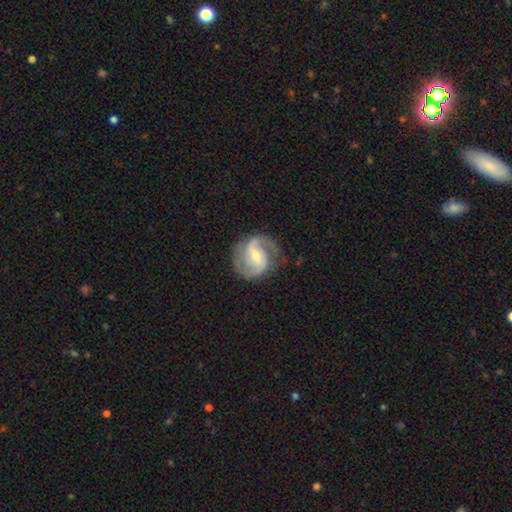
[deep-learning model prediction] Morphology: type=featured or disk (87%); edge-on=no (98%); bar=weak (47%); spiral arms=yes (97%); winding=medium (54%); arm count=2 (86%); bulge=small (49%); merging=none (78%).